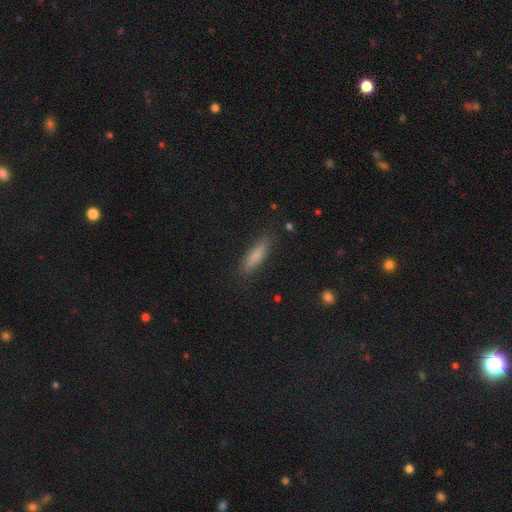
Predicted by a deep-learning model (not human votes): smooth_or_featured: smooth (p=0.82) [alt: featured or disk p=0.11]
how_rounded: cigar-shaped (p=0.71) [alt: in between p=0.28]
merging: none (p=0.87) [alt: minor disturbance p=0.09]